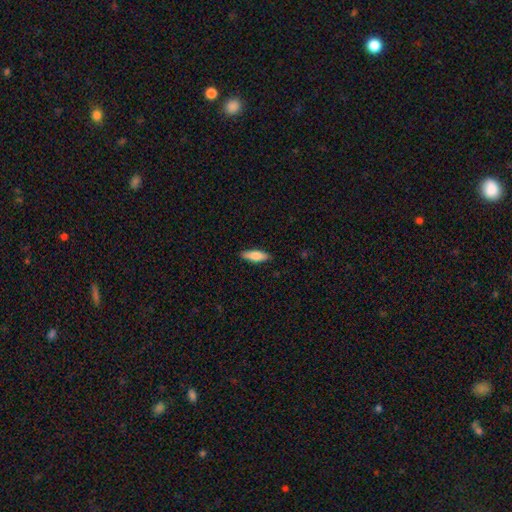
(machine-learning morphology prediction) type=smooth (76%); roundness=in between (52%); merging=none (88%).